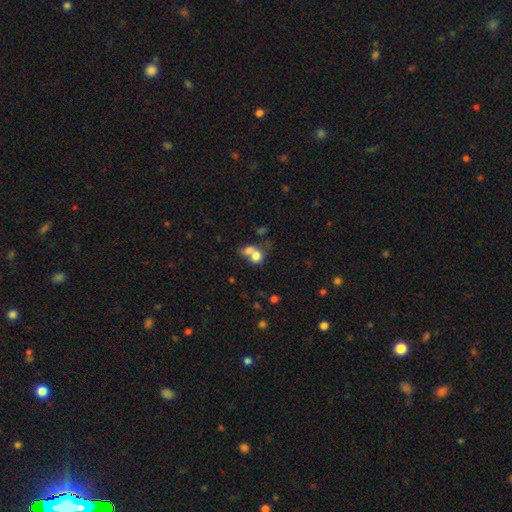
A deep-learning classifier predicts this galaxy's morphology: Q: Smooth or featured?
A: smooth (73%); runner-up: featured or disk (16%)
Q: How rounded?
A: round (59%); runner-up: in between (40%)
Q: Merging?
A: merger (65%); runner-up: none (23%)